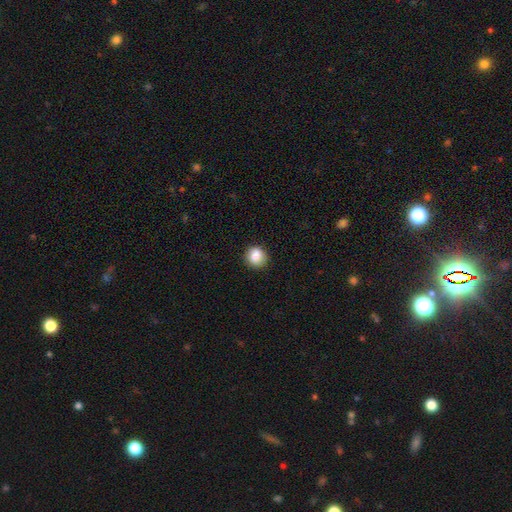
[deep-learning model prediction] Smooth or featured? Predicted: smooth (p=0.87). How rounded? Predicted: round (p=0.86). Merging? Predicted: none (p=0.86).